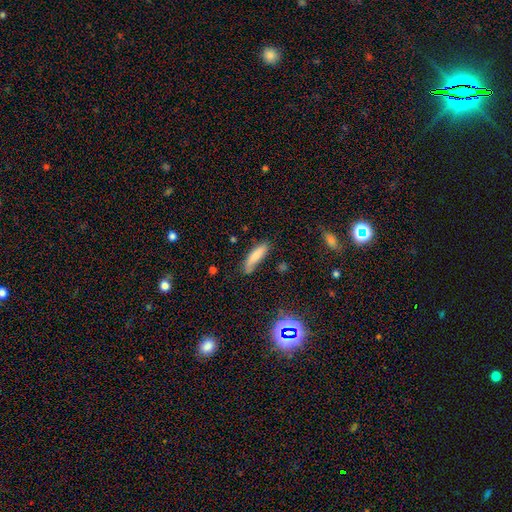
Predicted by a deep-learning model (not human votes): smooth_or_featured: smooth (p=0.77) [alt: featured or disk p=0.14]
how_rounded: cigar-shaped (p=0.65) [alt: in between p=0.33]
merging: none (p=0.68) [alt: minor disturbance p=0.23]